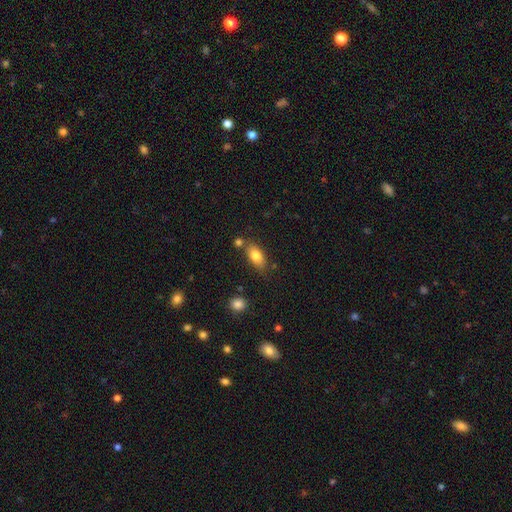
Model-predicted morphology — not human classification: A smooth galaxy with no disk features (81%) that is in between round and cigar-shaped (86%).

Vote fractions:
- Smooth or featured? smooth: 81% / featured or disk: 12% / star or artifact: 8%
- How rounded? in between: 86% / cigar-shaped: 9% / round: 5%
- Merging? none: 69% / minor disturbance: 16% / merger: 11% / major disturbance: 4%